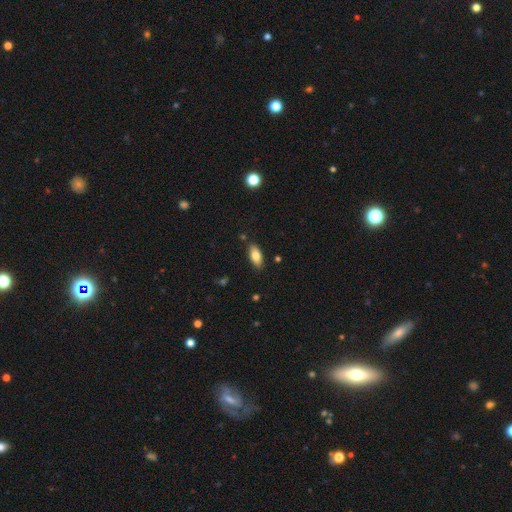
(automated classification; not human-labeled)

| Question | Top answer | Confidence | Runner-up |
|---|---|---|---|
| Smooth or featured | smooth | 81% | featured or disk (12%) |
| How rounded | in between | 88% | cigar-shaped (10%) |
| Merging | none | 85% | minor disturbance (11%) |